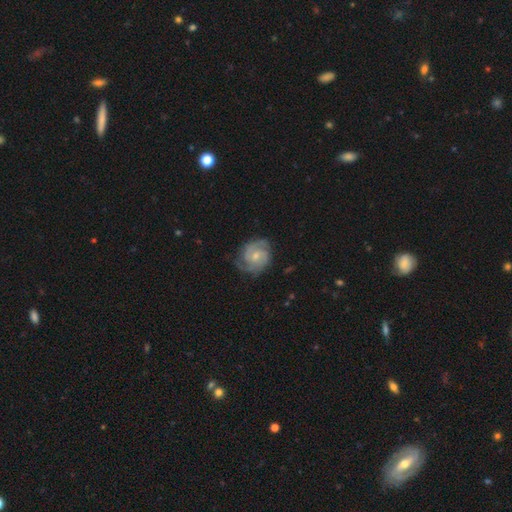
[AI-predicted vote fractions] Smooth or featured? Predicted: featured or disk (p=0.80). Edge-on disk? Predicted: no (p=0.98). Bar? Predicted: no (p=0.62). Spiral arms? Predicted: yes (p=0.95). Spiral winding? Predicted: tight (p=0.51). Spiral arm count? Predicted: 2 (p=0.48). Bulge size? Predicted: small (p=0.54). Merging? Predicted: none (p=0.73).